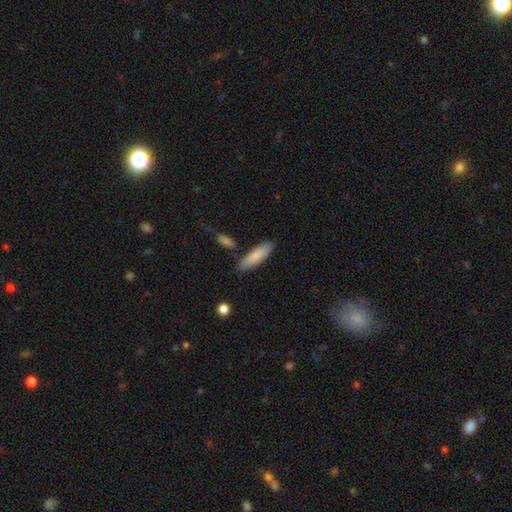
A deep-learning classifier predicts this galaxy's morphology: type=smooth (82%); roundness=cigar-shaped (49%, tied with in between); merging=none (79%).